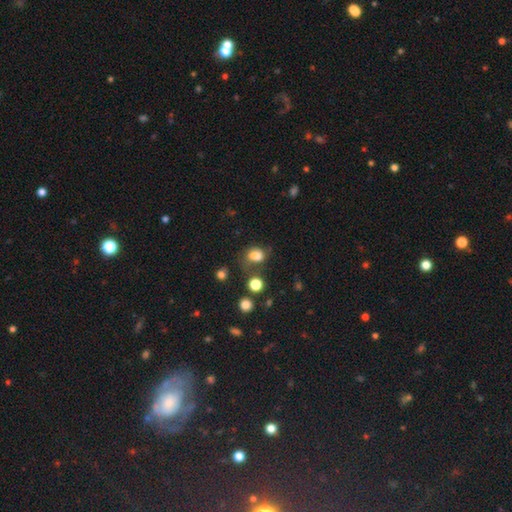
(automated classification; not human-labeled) Smooth or featured? Predicted: smooth (p=0.77). How rounded? Predicted: in between (p=0.60). Merging? Predicted: none (p=0.41).